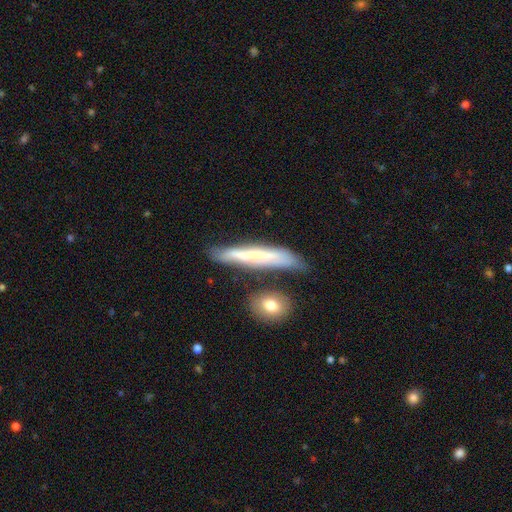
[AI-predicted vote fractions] A smooth galaxy with no disk features (47%). Merging: none (68%).